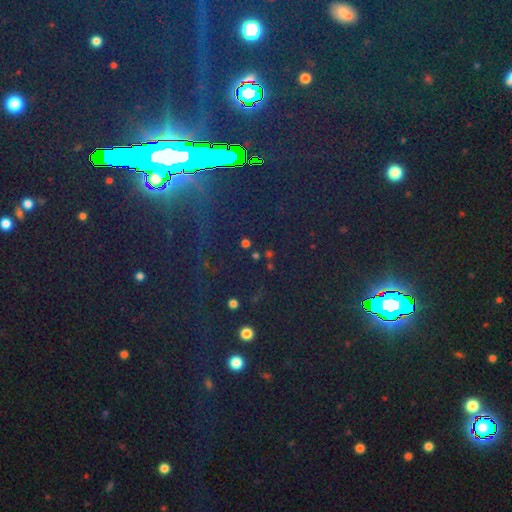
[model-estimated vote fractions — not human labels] Overall: star or artifact (79%).